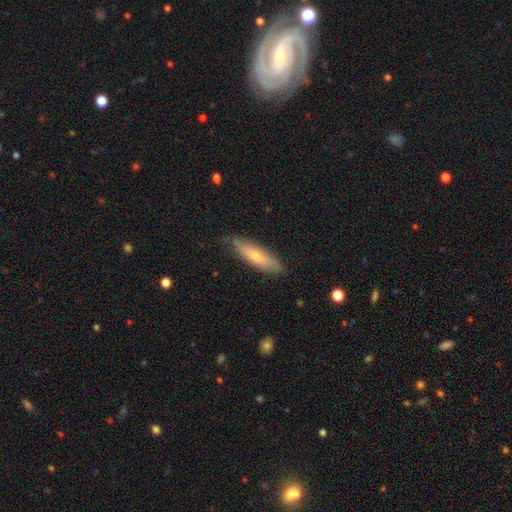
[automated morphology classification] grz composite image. It shows a smooth galaxy with no disk features (55%) that is cigar-shaped (70%). Merging: none (79%).